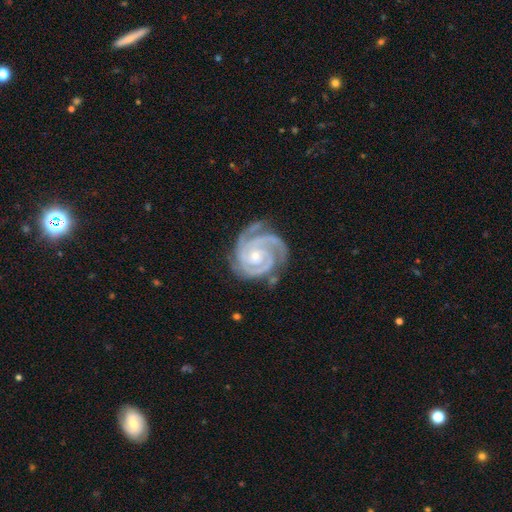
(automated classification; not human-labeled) Smooth or featured?
  - featured or disk: 93% *
  - star or artifact: 4%
  - smooth: 3%
Edge-on disk?
  - no: 98% *
  - yes: 2%
Bar?
  - no: 71% *
  - weak: 21%
  - strong: 8%
Spiral arms?
  - yes: 99% *
  - no: 1%
Spiral winding?
  - tight: 78% *
  - medium: 20%
  - loose: 2%
Spiral arm count?
  - 3: 52% *
  - 2: 28%
  - 4: 8%
  - can't tell: 5%
  - 1: 3%
  - more than 4: 3%
Bulge size?
  - small: 68% *
  - moderate: 28%
  - none: 2%
  - large: 1%
  - dominant: 1%
Merging?
  - none: 69% *
  - minor disturbance: 21%
  - major disturbance: 7%
  - merger: 2%